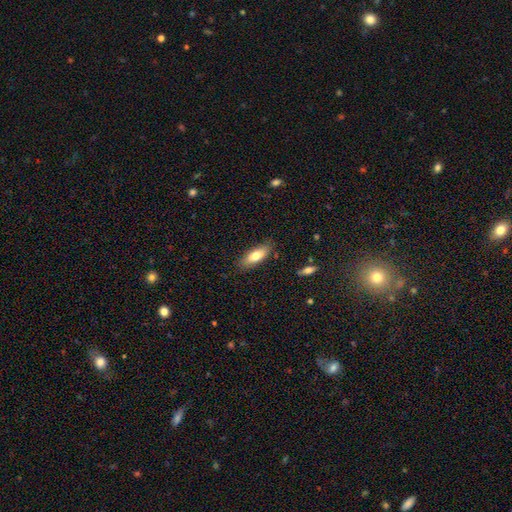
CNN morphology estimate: Smooth or featured? Predicted: smooth (p=0.74). How rounded? Predicted: in between (p=0.74). Merging? Predicted: none (p=0.83).